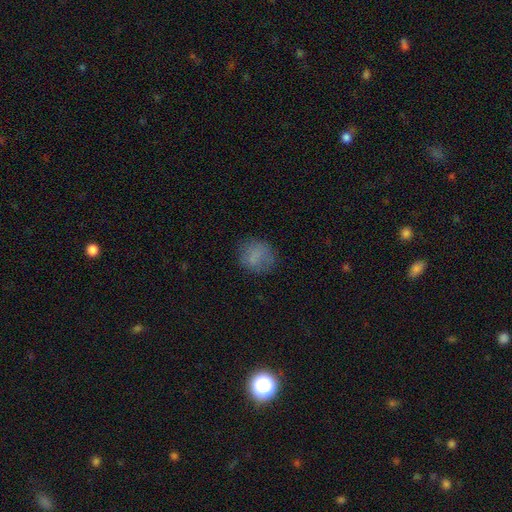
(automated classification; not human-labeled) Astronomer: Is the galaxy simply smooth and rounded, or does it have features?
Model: smooth — 77%.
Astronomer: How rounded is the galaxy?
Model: round — 73%.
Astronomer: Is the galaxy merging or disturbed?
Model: none — 74%.